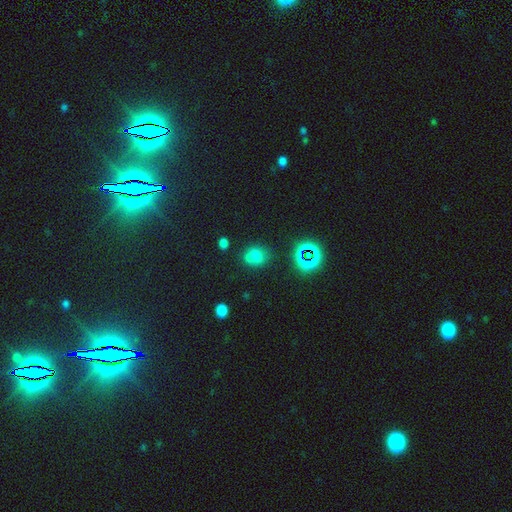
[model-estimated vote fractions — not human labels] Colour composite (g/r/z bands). It shows a smooth galaxy with no disk features (60%) that is round (66%). Merging: none (49%).